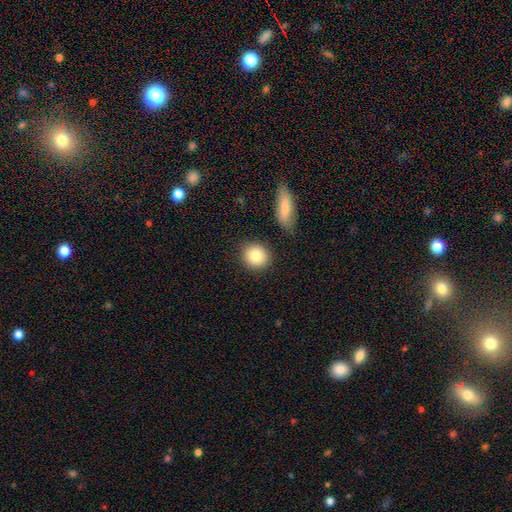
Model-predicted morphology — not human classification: Smooth or featured?
  - smooth: 83% *
  - featured or disk: 9%
  - star or artifact: 8%
How rounded?
  - round: 86% *
  - in between: 12%
  - cigar-shaped: 1%
Merging?
  - none: 84% *
  - minor disturbance: 8%
  - merger: 5%
  - major disturbance: 3%